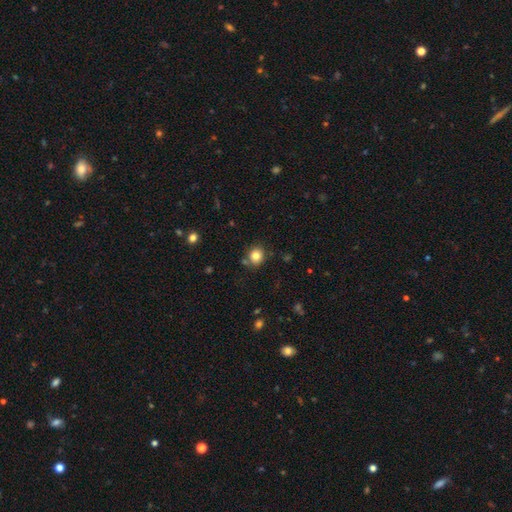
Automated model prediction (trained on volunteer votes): Smooth or featured? smooth (81%)
How rounded? round (84%)
Merging? none (79%)